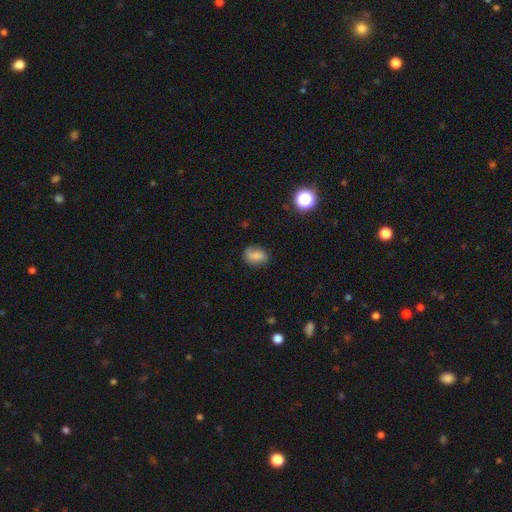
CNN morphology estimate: smooth_or_featured: smooth (p=0.80) [alt: star or artifact p=0.10]
how_rounded: in between (p=0.77) [alt: round p=0.22]
merging: none (p=0.72) [alt: minor disturbance p=0.22]